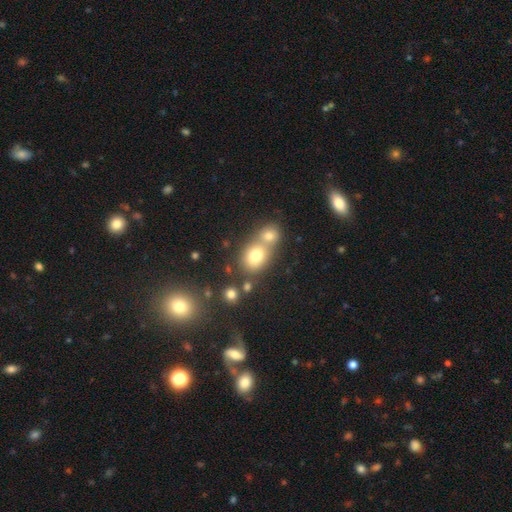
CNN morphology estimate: smooth 75%, star or artifact 13%, featured or disk 12%. Down the decision tree: how rounded — round (54%); merging — merger (49%).